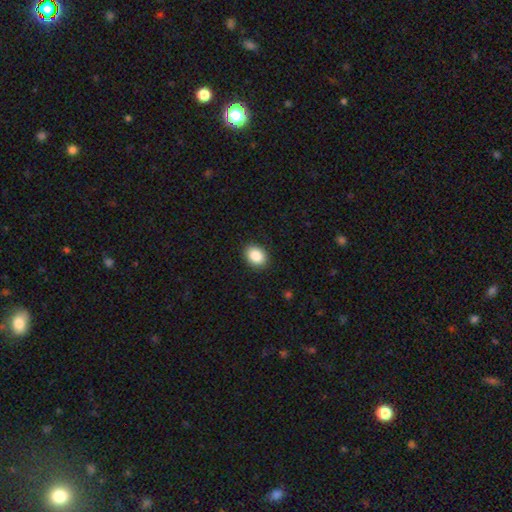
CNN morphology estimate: Smooth or featured: smooth — 88% (star or artifact — 8%)
How rounded: in between — 63% (round — 36%)
Merging: none — 90% (minor disturbance — 7%)